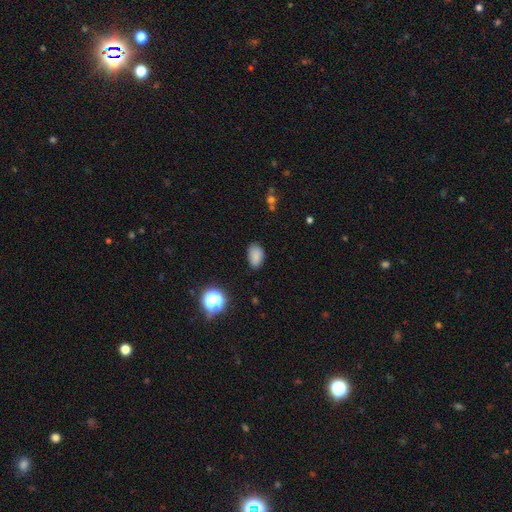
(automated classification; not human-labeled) Smooth or featured?
  - smooth: 84% *
  - star or artifact: 12%
  - featured or disk: 5%
How rounded?
  - in between: 88% *
  - round: 11%
  - cigar-shaped: 1%
Merging?
  - none: 78% *
  - minor disturbance: 17%
  - major disturbance: 3%
  - merger: 2%